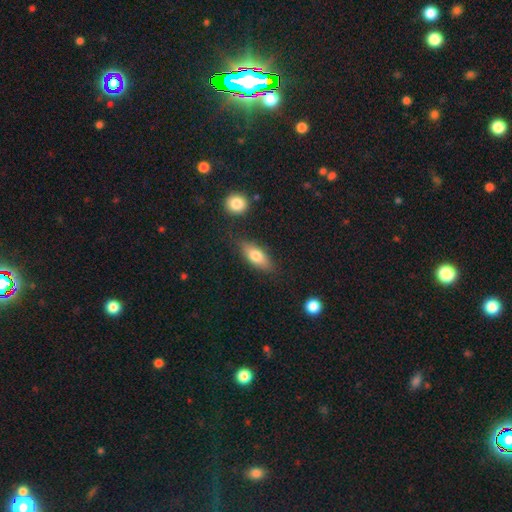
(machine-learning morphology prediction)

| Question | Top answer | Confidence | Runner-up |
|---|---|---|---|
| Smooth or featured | smooth | 73% | featured or disk (20%) |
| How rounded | in between | 73% | cigar-shaped (23%) |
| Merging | none | 78% | minor disturbance (14%) |